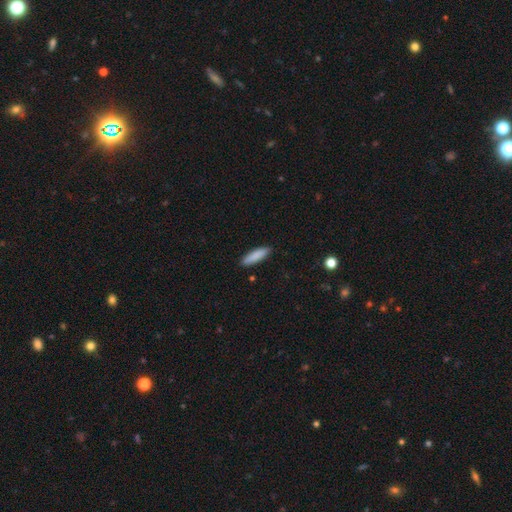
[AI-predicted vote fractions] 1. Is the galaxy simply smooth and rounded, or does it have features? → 87% smooth, 7% featured or disk, 6% star or artifact.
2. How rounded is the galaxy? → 70% cigar-shaped, 29% in between, 1% round.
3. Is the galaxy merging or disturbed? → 88% none, 9% minor disturbance, 2% major disturbance, 1% merger.